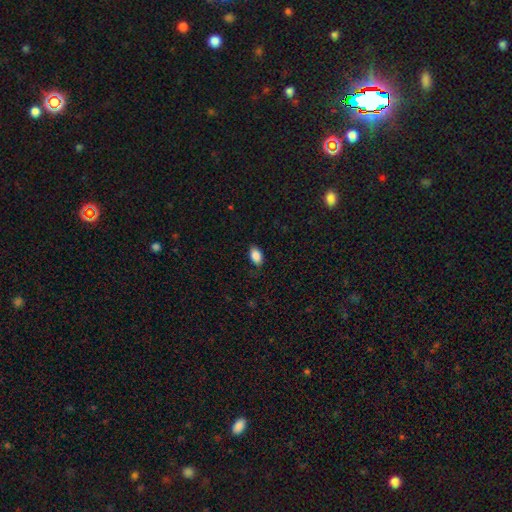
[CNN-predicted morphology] Smooth or featured: smooth — 87% (star or artifact — 8%)
How rounded: in between — 91% (round — 8%)
Merging: none — 81% (minor disturbance — 15%)